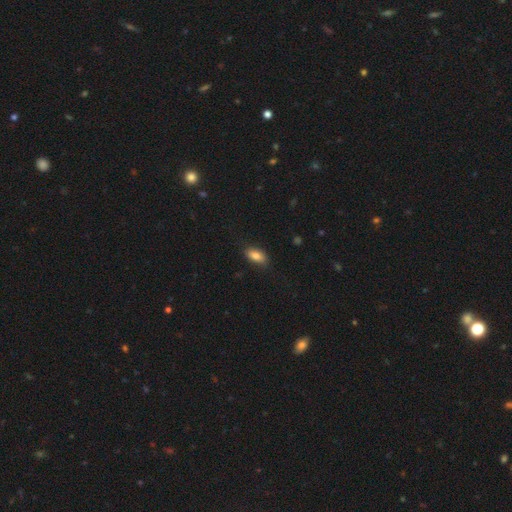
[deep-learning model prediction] Smooth or featured? smooth (82%)
How rounded? in between (89%)
Merging? none (80%)